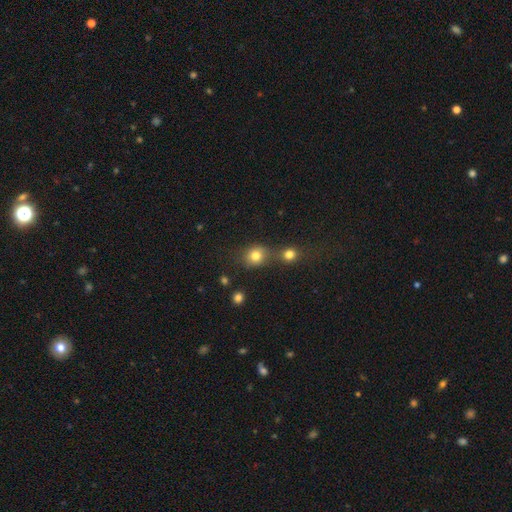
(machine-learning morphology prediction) This appears to be a smooth galaxy with no disk features (79%) that is round (78%). Merging: none (53%).